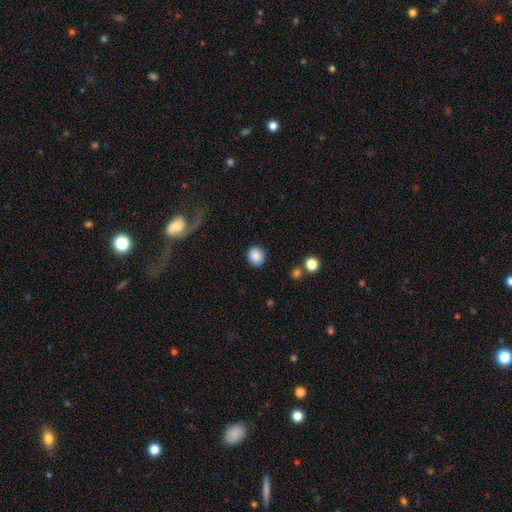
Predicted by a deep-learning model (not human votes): Smooth or featured?
  - smooth: 87% *
  - star or artifact: 9%
  - featured or disk: 4%
How rounded?
  - round: 81% *
  - in between: 18%
  - cigar-shaped: 1%
Merging?
  - none: 89% *
  - minor disturbance: 7%
  - major disturbance: 3%
  - merger: 2%